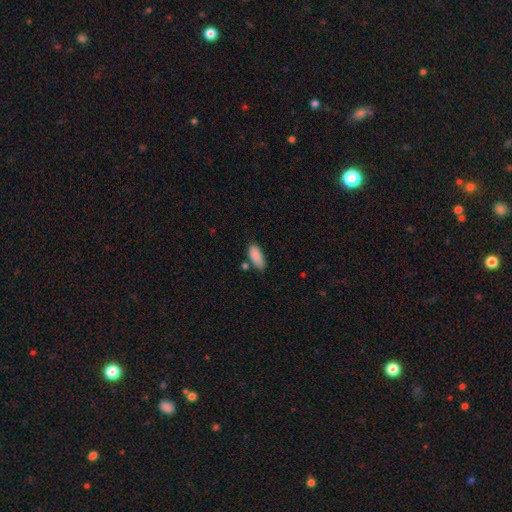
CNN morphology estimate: Overall: smooth (88%). How rounded: in between (84%). Merging: none (66%).